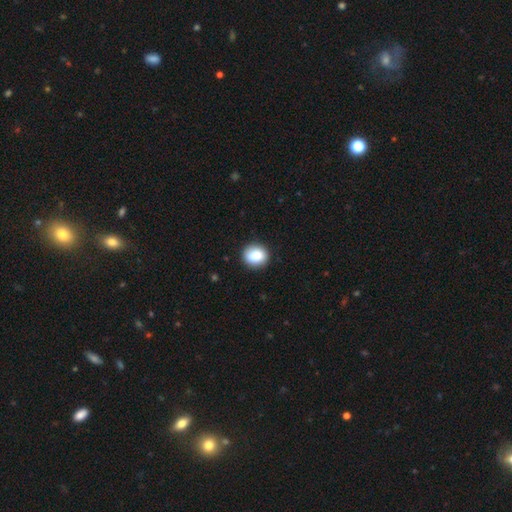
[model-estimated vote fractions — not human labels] Morphology: type=smooth (86%); roundness=round (77%); merging=none (89%).